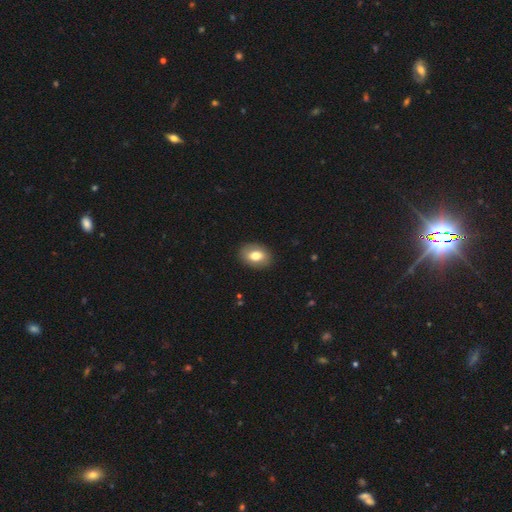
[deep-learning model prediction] Smooth or featured: smooth — 76% (featured or disk — 17%)
How rounded: in between — 76% (round — 23%)
Merging: none — 88% (minor disturbance — 8%)